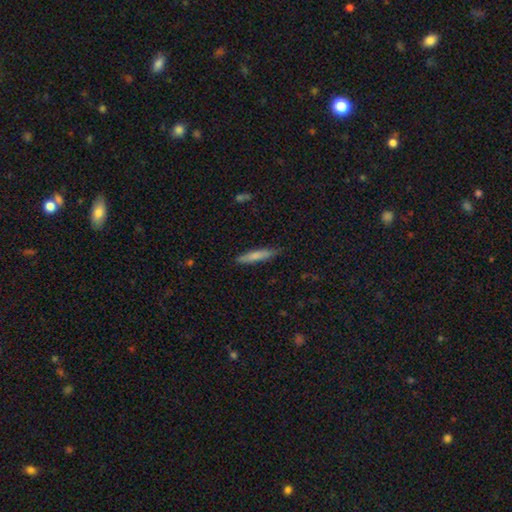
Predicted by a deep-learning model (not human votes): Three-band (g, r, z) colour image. It shows a smooth galaxy with no disk features (75%) that is cigar-shaped (89%). Merging: none (84%).